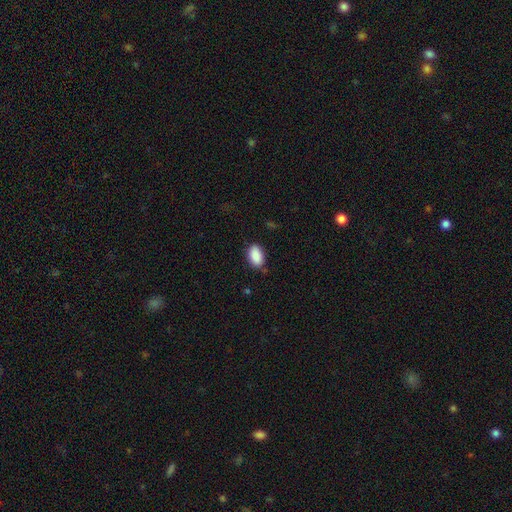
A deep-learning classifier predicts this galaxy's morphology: Smooth or featured? smooth (90%)
How rounded? in between (92%)
Merging? none (81%)